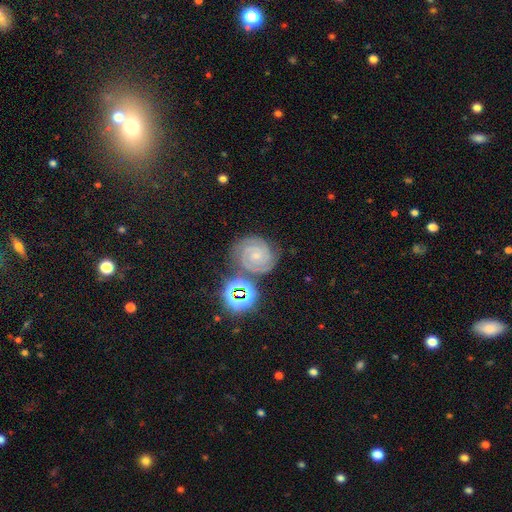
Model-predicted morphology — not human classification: featured or disk 82%, star or artifact 11%, smooth 7%. Down the decision tree: edge-on disk — no (98%); bar — no (66%); spiral arms — yes (98%); spiral arm count — 2 (69%); spiral winding — tight (80%); bulge size — small (74%); merging — none (76%).